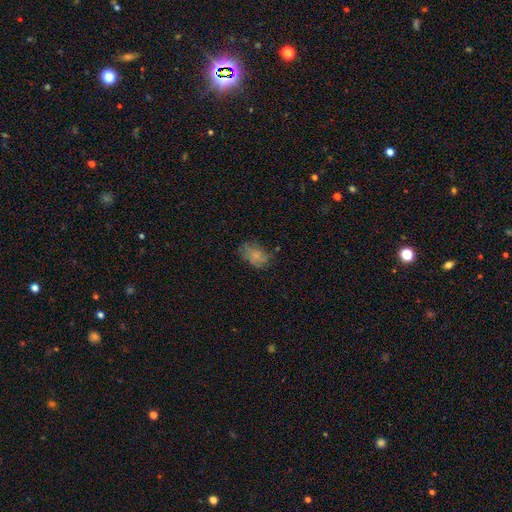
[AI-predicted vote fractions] Smooth or featured? smooth (66%)
How rounded? in between (82%)
Merging? none (62%)